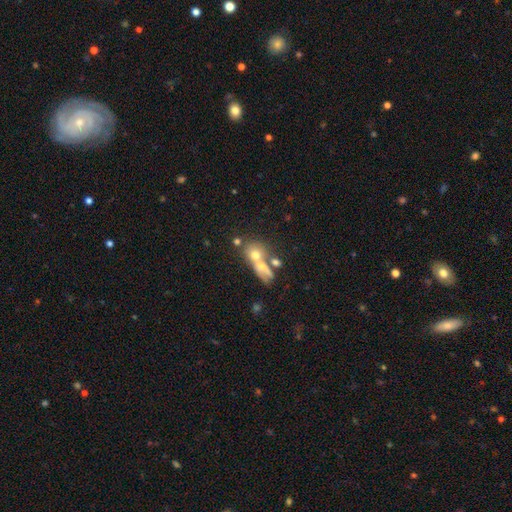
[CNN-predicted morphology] Smooth or featured: smooth — 49% (featured or disk — 31%)
Merging: merger — 51% (none — 32%)